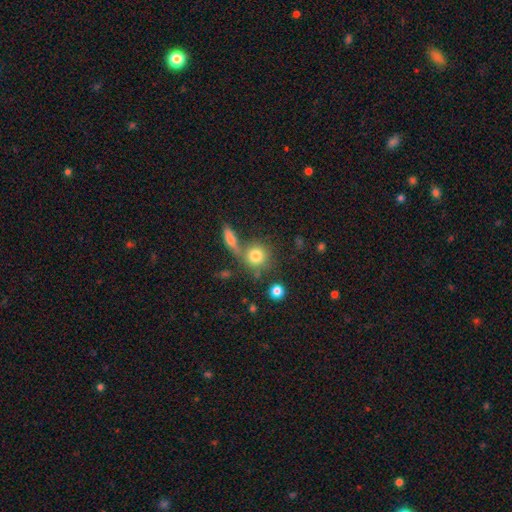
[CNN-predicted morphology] A smooth galaxy with no disk features (79%) that is round (86%). Merging: none (57%).